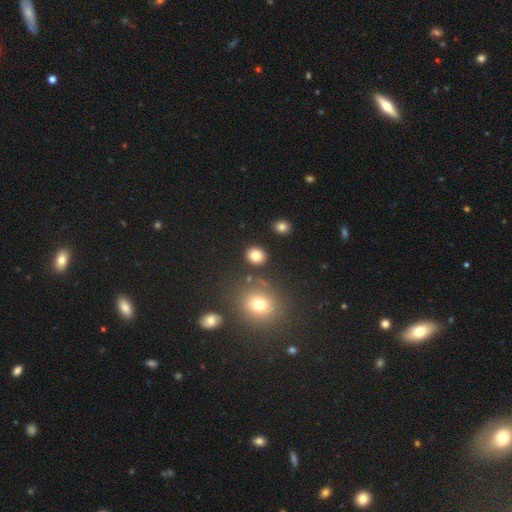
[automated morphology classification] smooth_or_featured: smooth (p=0.81) [alt: star or artifact p=0.12]
how_rounded: round (p=0.73) [alt: in between p=0.26]
merging: none (p=0.85) [alt: minor disturbance p=0.08]